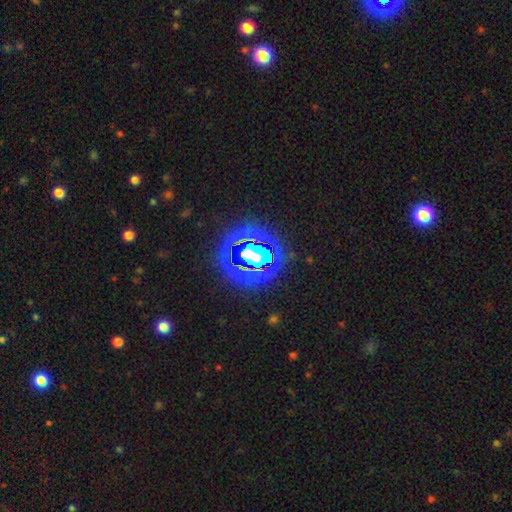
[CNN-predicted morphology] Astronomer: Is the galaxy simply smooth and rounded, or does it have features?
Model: star or artifact — 57%.